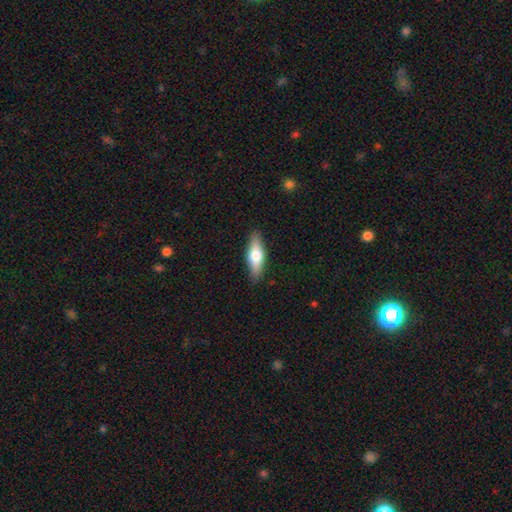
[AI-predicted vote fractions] smooth 57%, featured or disk 37%, star or artifact 6%. Down the decision tree: how rounded — in between (52%); merging — none (88%).